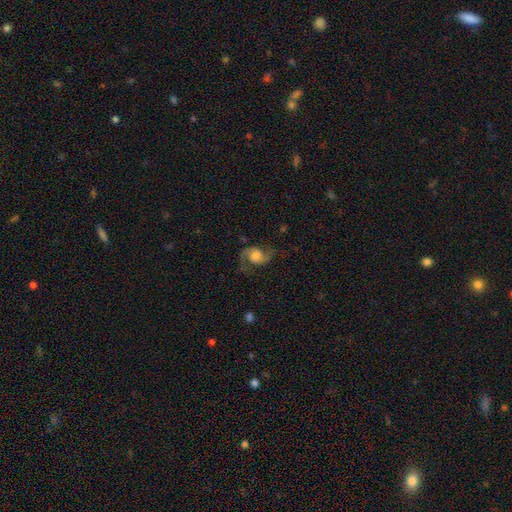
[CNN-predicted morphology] This appears to be a featured or disk galaxy (77%) with no bar (64%), 2 (91%) loose (54%) spiral arms (95%) and a large central bulge (37%). Merging: none (67%).